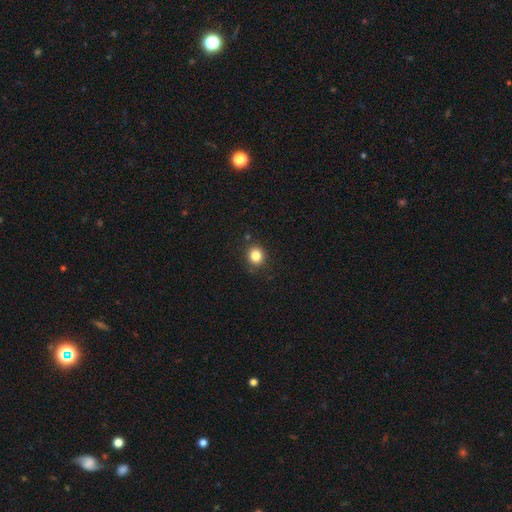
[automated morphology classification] A smooth galaxy with no disk features (83%) that is round (84%).

Vote fractions:
- Smooth or featured? smooth: 83% / star or artifact: 12% / featured or disk: 5%
- How rounded? round: 84% / in between: 15% / cigar-shaped: 1%
- Merging? none: 88% / minor disturbance: 8% / major disturbance: 2% / merger: 2%